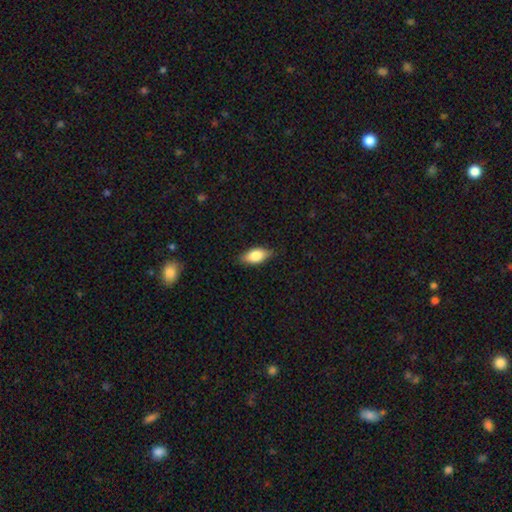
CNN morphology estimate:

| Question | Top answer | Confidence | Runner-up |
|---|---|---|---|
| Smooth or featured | smooth | 77% | featured or disk (16%) |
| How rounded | in between | 86% | cigar-shaped (10%) |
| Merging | none | 83% | minor disturbance (13%) |